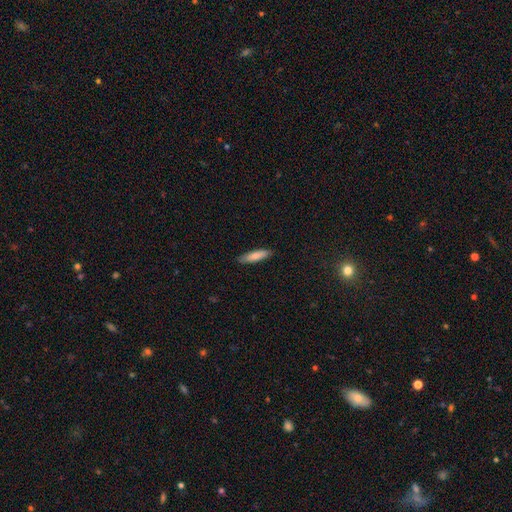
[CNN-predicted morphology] A smooth galaxy with no disk features (82%) that is cigar-shaped (74%). Merging: none (87%).